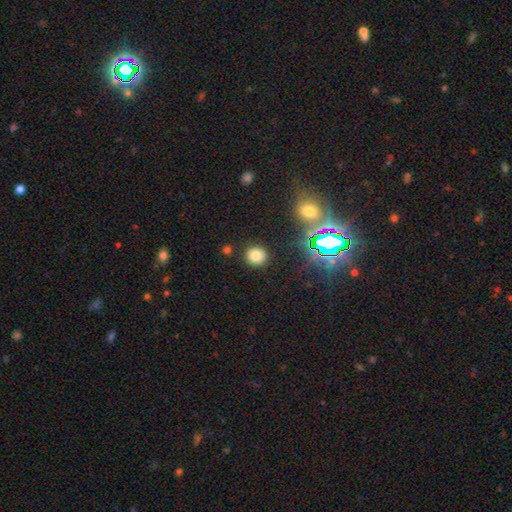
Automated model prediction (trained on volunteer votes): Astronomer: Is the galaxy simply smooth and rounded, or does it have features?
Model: smooth — 77%.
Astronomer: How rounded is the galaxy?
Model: round — 88%.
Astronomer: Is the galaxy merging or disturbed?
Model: none — 89%.